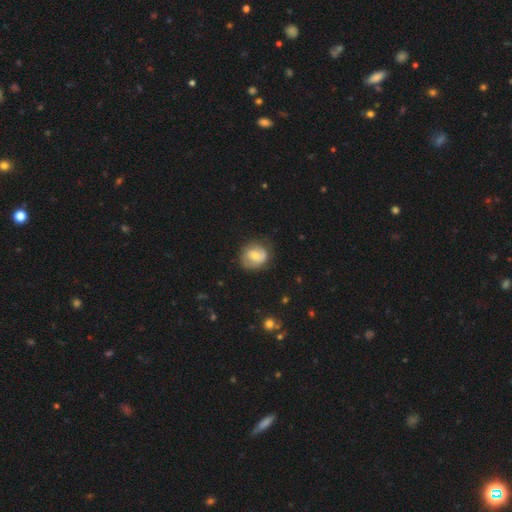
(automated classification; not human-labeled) smooth-or-featured: smooth: 54% | featured or disk: 39% | star or artifact: 7%
  how-rounded: round: 74% | in between: 25% | cigar-shaped: 1%
  merging: none: 72% | minor disturbance: 20% | major disturbance: 6% | merger: 1%